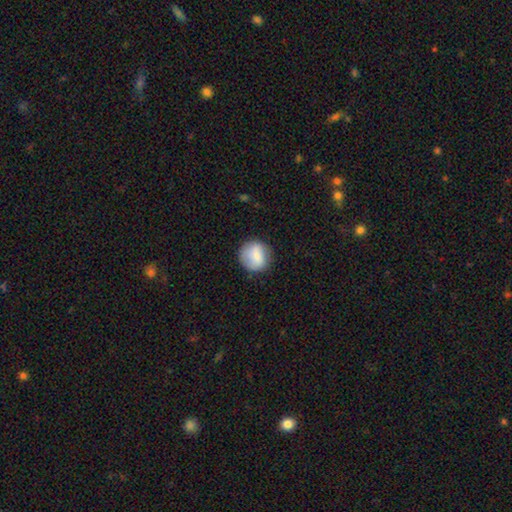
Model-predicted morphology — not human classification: smooth-or-featured: smooth: 79% | featured or disk: 14% | star or artifact: 7%
  how-rounded: round: 87% | in between: 12% | cigar-shaped: 1%
  merging: none: 80% | minor disturbance: 15% | major disturbance: 4% | merger: 1%